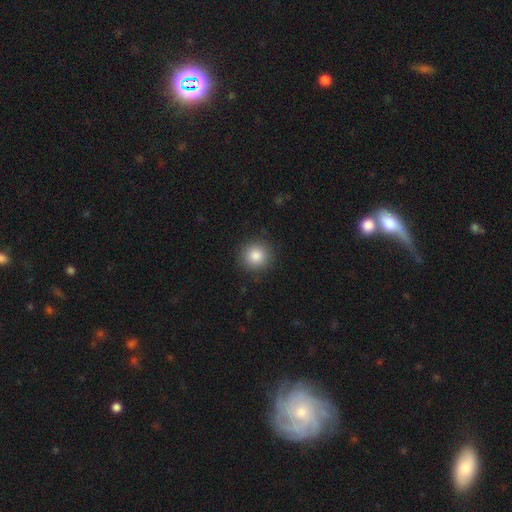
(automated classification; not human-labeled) smooth 85%, star or artifact 10%, featured or disk 5%. Down the decision tree: how rounded — round (93%); merging — none (91%).